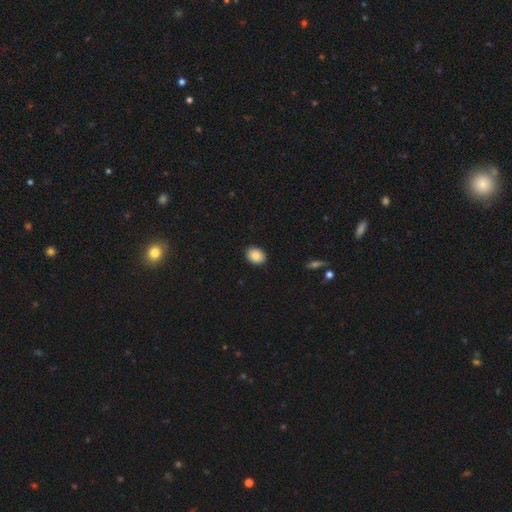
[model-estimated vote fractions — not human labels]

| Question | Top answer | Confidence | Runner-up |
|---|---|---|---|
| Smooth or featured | smooth | 87% | star or artifact (8%) |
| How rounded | in between | 60% | round (39%) |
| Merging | none | 90% | minor disturbance (7%) |